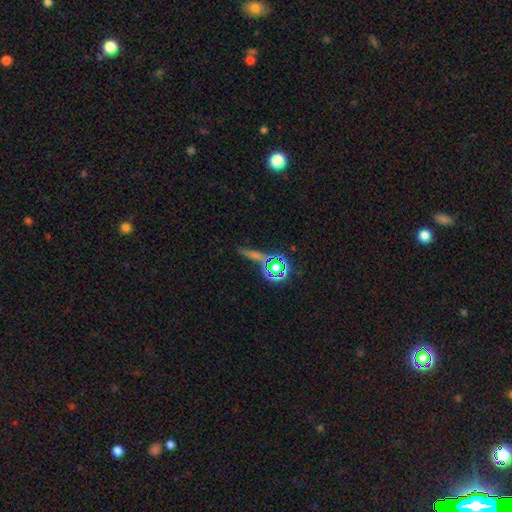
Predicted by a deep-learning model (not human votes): Smooth or featured: star or artifact — 47% (smooth — 33%)